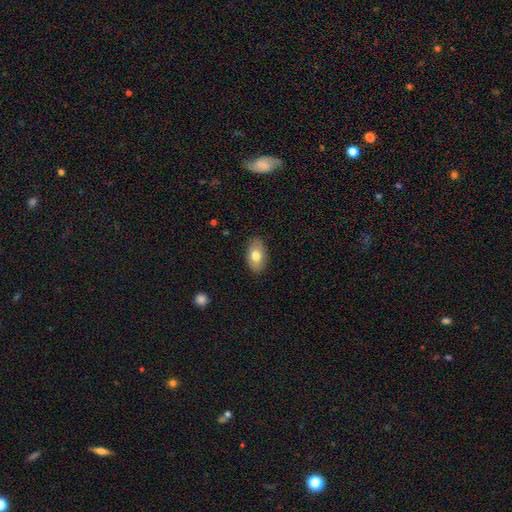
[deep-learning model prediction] Morphology: type=smooth (75%); roundness=in between (92%); merging=none (87%).